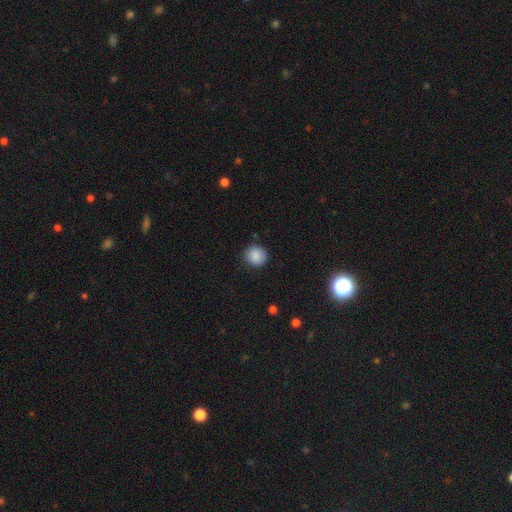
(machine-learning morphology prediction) Smooth or featured?
  - smooth: 88% *
  - star or artifact: 9%
  - featured or disk: 3%
How rounded?
  - round: 89% *
  - in between: 10%
  - cigar-shaped: 1%
Merging?
  - none: 89% *
  - minor disturbance: 8%
  - major disturbance: 2%
  - merger: 1%